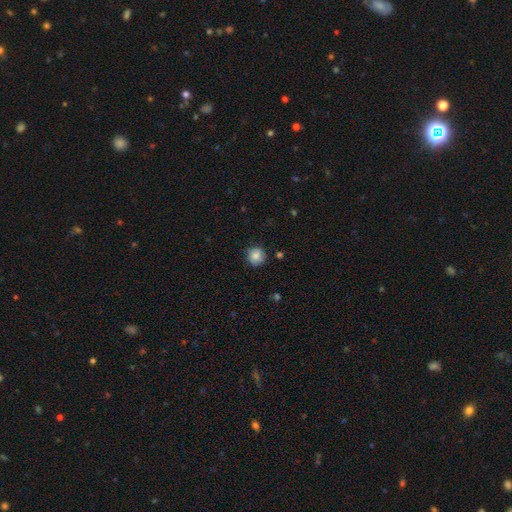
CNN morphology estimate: smooth_or_featured: smooth (p=0.83) [alt: star or artifact p=0.09]
how_rounded: round (p=0.90) [alt: in between p=0.09]
merging: none (p=0.82) [alt: minor disturbance p=0.14]